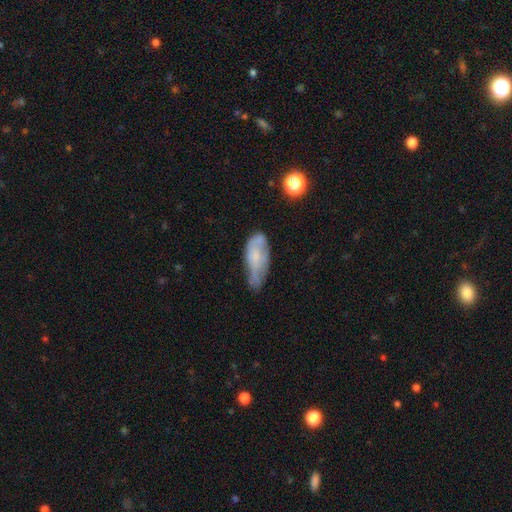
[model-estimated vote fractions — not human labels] Overall: smooth (53%; featured or disk 38%). How rounded: in between (77%). Merging: minor disturbance (40%; none 38%).